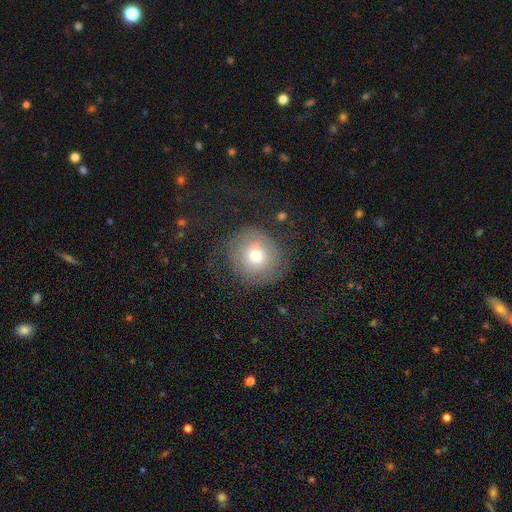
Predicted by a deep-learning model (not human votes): This appears to be a smooth galaxy with no disk features (62%) that is round (89%). Merging: none (64%).